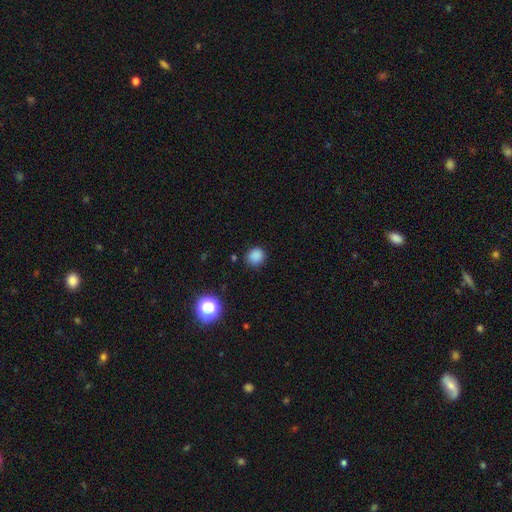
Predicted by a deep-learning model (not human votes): This is clearly a smooth galaxy (83%). How rounded: clearly round (87%). Merging: clearly none (84%).